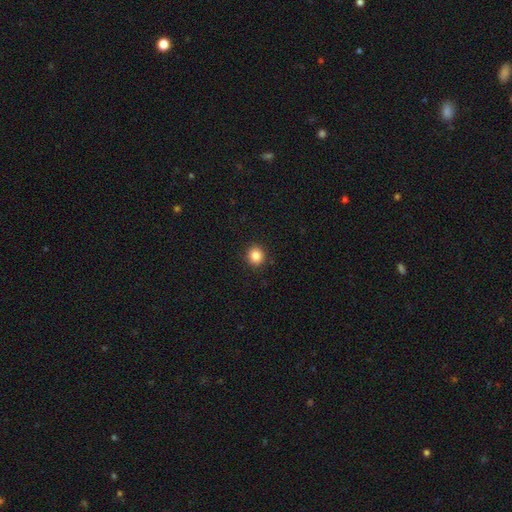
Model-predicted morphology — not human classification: Q: Smooth or featured?
A: smooth (85%); runner-up: star or artifact (11%)
Q: How rounded?
A: round (90%); runner-up: in between (9%)
Q: Merging?
A: none (92%); runner-up: minor disturbance (5%)